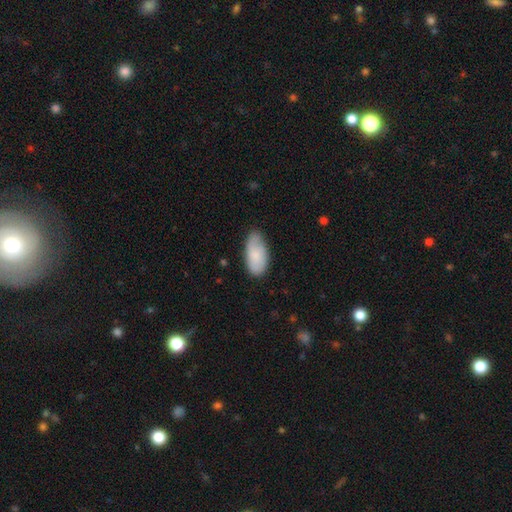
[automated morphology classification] This appears to be a smooth galaxy with no disk features (79%) that is in between round and cigar-shaped (94%). Merging: none (70%).